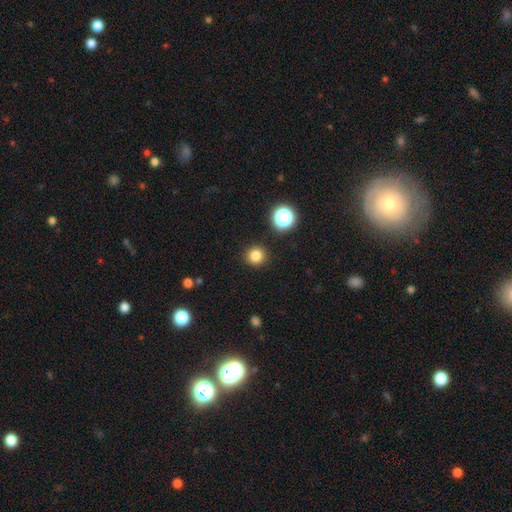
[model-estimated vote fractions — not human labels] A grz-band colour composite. It shows a smooth galaxy with no disk features (81%) that is round (94%). Merging: none (91%).